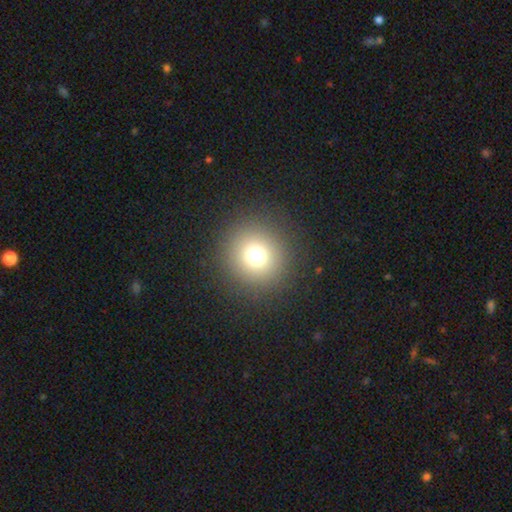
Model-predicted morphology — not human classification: Smooth or featured? smooth (70%)
How rounded? round (95%)
Merging? none (90%)